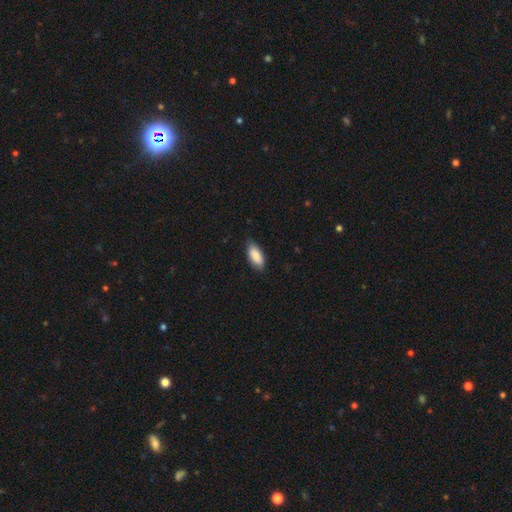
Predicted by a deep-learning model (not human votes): smooth 86%, featured or disk 8%, star or artifact 6%. Down the decision tree: how rounded — in between (86%); merging — none (79%).